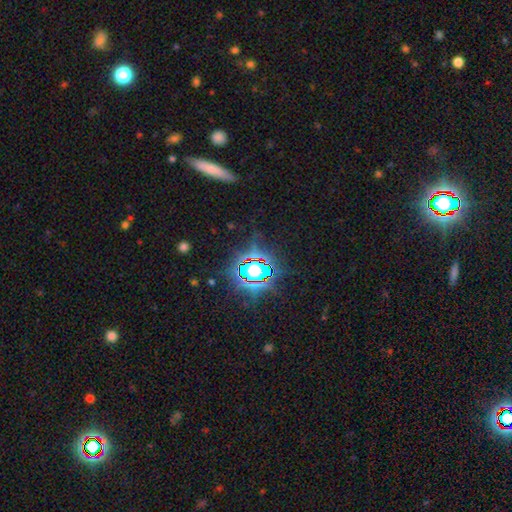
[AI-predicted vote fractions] Overall: star or artifact (75%).